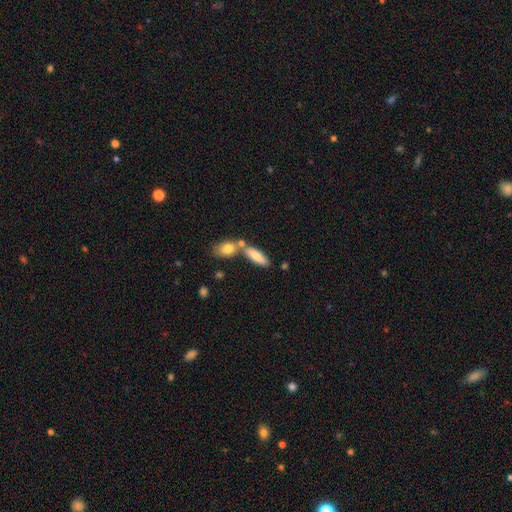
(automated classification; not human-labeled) Smooth or featured?
  - smooth: 77% *
  - featured or disk: 17%
  - star or artifact: 6%
How rounded?
  - in between: 58% *
  - cigar-shaped: 40%
  - round: 2%
Merging?
  - none: 53% *
  - merger: 33%
  - minor disturbance: 11%
  - major disturbance: 3%